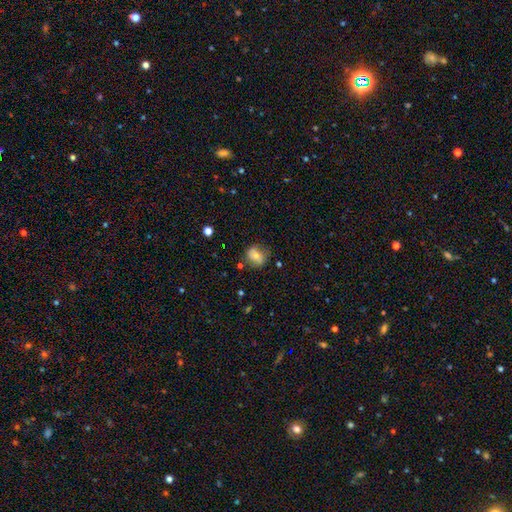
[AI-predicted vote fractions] Smooth or featured?
  - smooth: 59% *
  - featured or disk: 31%
  - star or artifact: 10%
How rounded?
  - round: 65% *
  - in between: 33%
  - cigar-shaped: 1%
Merging?
  - none: 71% *
  - minor disturbance: 20%
  - major disturbance: 6%
  - merger: 3%